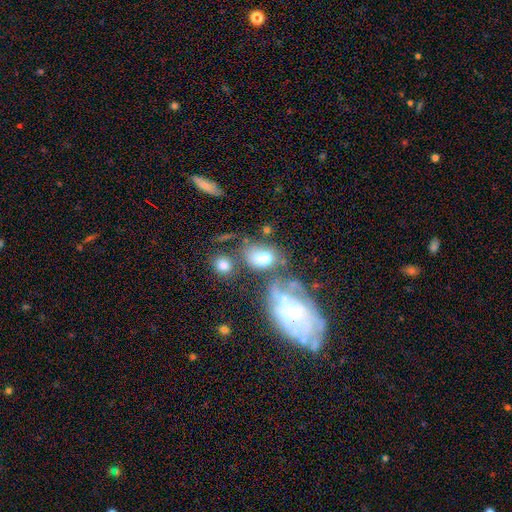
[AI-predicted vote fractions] This is likely a smooth galaxy (65%). How rounded: likely in between (79%). Merging: marginally none (34%).